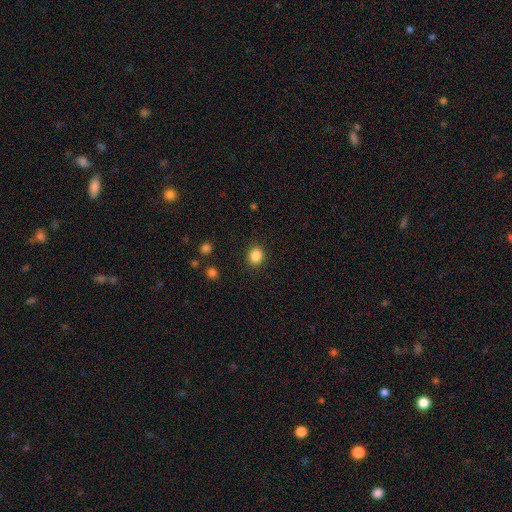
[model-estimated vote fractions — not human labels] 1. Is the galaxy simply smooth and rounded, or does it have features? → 86% smooth, 10% star or artifact, 4% featured or disk.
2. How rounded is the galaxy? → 75% round, 24% in between, 1% cigar-shaped.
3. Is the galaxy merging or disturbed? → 90% none, 6% minor disturbance, 2% major disturbance, 1% merger.